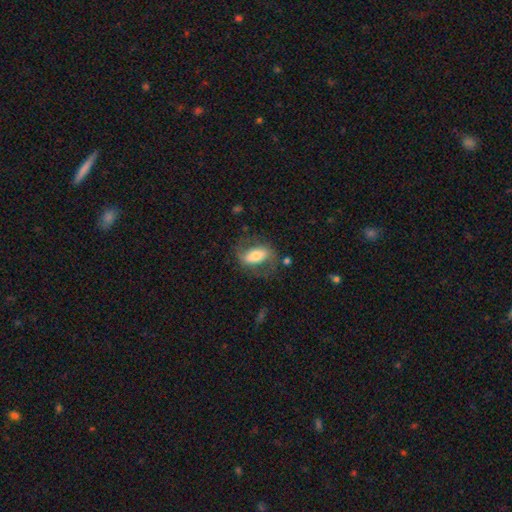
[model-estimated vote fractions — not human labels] Smooth or featured? Predicted: featured or disk (p=0.50). Edge-on disk? Predicted: no (p=0.89). Merging? Predicted: none (p=0.62).